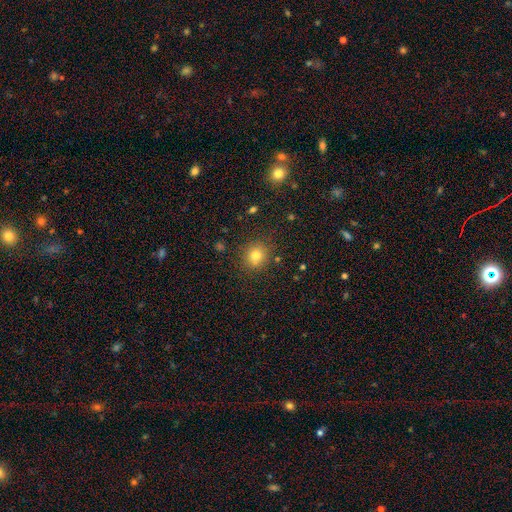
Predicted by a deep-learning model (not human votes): This is likely a smooth galaxy (77%). How rounded: clearly round (85%). Merging: clearly none (85%).